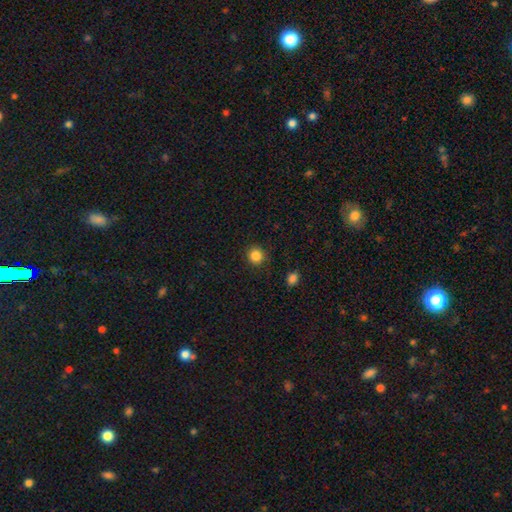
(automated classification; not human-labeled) Q: Smooth or featured?
A: smooth (85%); runner-up: star or artifact (11%)
Q: How rounded?
A: round (91%); runner-up: in between (8%)
Q: Merging?
A: none (90%); runner-up: minor disturbance (7%)